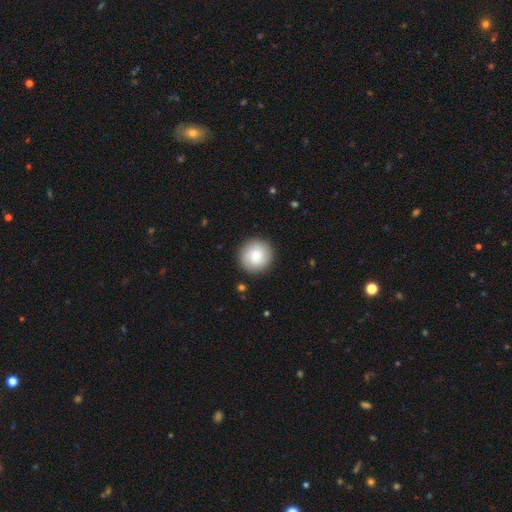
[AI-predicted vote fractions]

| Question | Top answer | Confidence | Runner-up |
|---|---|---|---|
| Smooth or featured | smooth | 71% | featured or disk (22%) |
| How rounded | round | 94% | in between (5%) |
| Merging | none | 90% | minor disturbance (7%) |